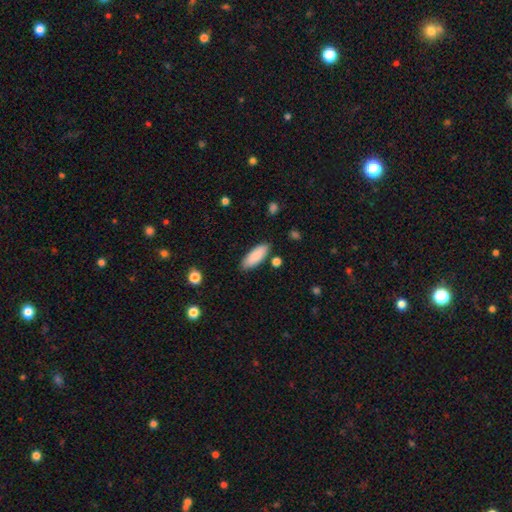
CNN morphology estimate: type=smooth (87%); roundness=in between (71%); merging=none (84%).